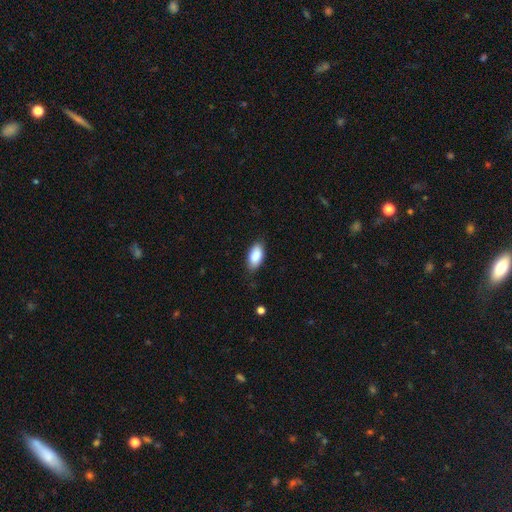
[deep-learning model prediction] Q: Smooth or featured?
A: smooth (88%); runner-up: star or artifact (6%)
Q: How rounded?
A: in between (93%); runner-up: cigar-shaped (5%)
Q: Merging?
A: none (81%); runner-up: minor disturbance (15%)